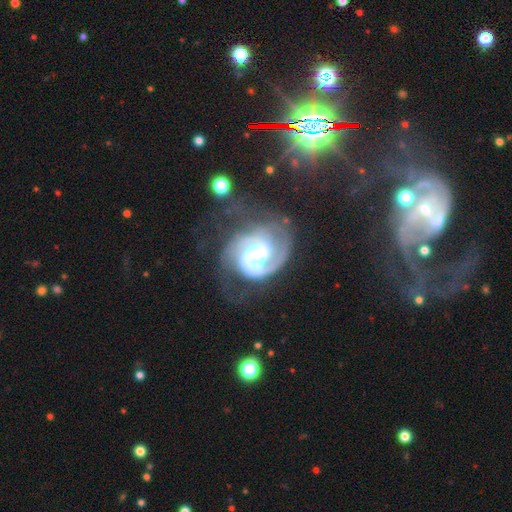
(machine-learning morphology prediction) A featured or disk galaxy (86%) with a weak bar (42%, tied with no), 2 (52%) medium (46%) spiral arms (96%) and a moderate central bulge (55%). Merging: none (43%).